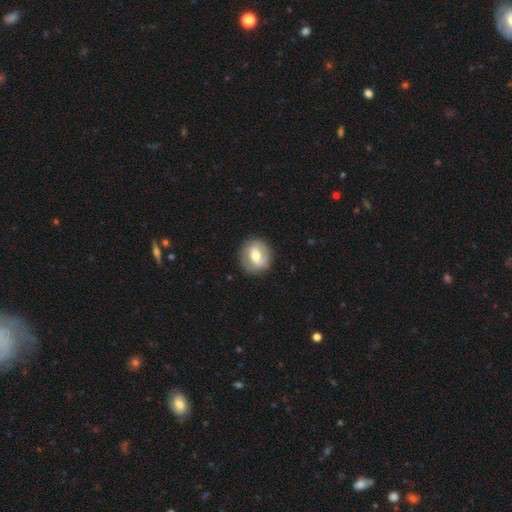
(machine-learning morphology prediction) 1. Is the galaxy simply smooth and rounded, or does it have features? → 47% featured or disk, 46% smooth, 6% star or artifact.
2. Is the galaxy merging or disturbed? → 85% none, 10% minor disturbance, 3% major disturbance, 1% merger.